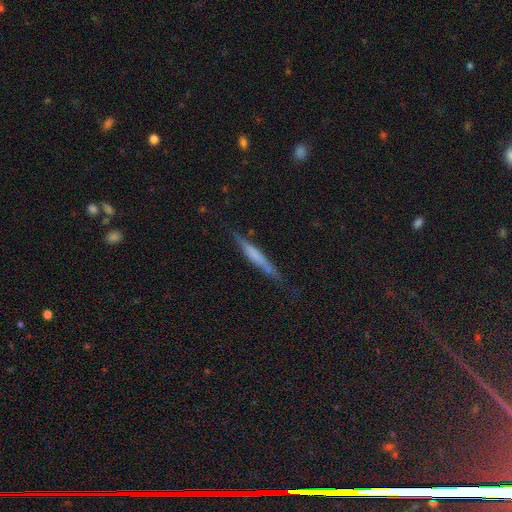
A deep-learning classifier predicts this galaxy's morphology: smooth_or_featured: featured or disk (p=0.51) [alt: smooth p=0.42]
disk_edge_on: yes (p=0.95) [alt: no p=0.05]
merging: none (p=0.79) [alt: minor disturbance p=0.15]